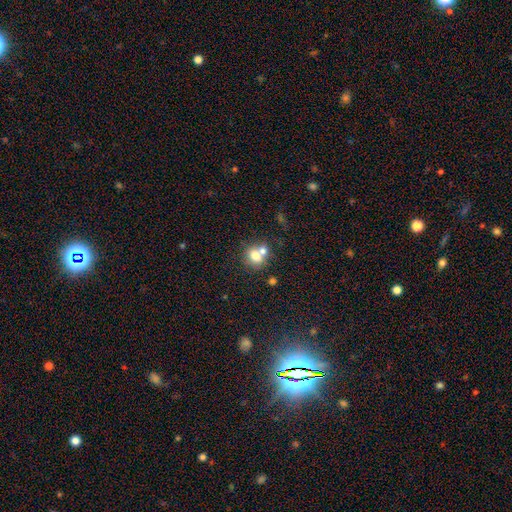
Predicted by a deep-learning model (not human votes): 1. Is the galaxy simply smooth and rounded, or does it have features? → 72% smooth, 17% featured or disk, 11% star or artifact.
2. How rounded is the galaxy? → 59% round, 39% in between, 1% cigar-shaped.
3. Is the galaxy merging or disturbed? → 45% merger, 42% none, 10% minor disturbance, 4% major disturbance.